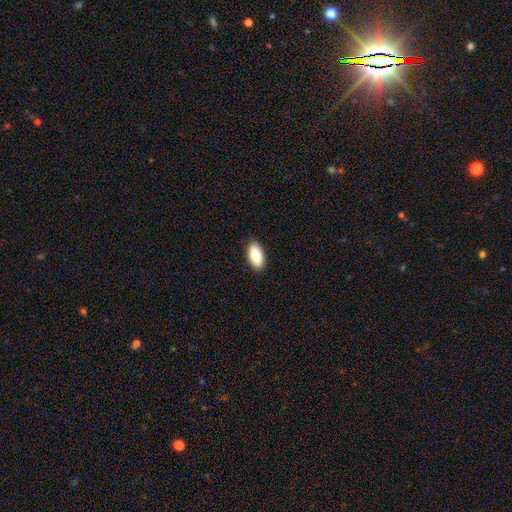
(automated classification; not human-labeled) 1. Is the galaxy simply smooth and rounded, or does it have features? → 85% smooth, 8% featured or disk, 6% star or artifact.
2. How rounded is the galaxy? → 92% in between, 6% cigar-shaped, 2% round.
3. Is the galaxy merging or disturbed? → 90% none, 8% minor disturbance, 2% major disturbance, 1% merger.